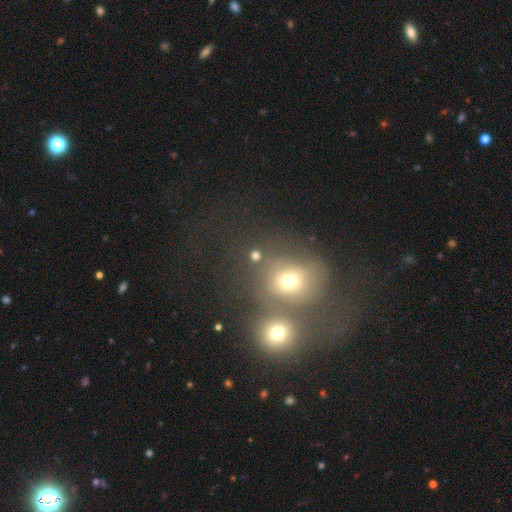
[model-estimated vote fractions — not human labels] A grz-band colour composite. It shows a smooth galaxy with no disk features (68%) that is round (85%). Merging: none (72%).